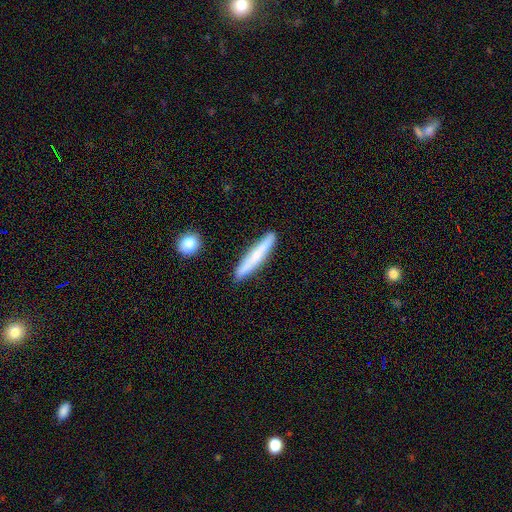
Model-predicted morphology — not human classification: A smooth galaxy with no disk features (63%) that is cigar-shaped (93%). Merging: none (89%).